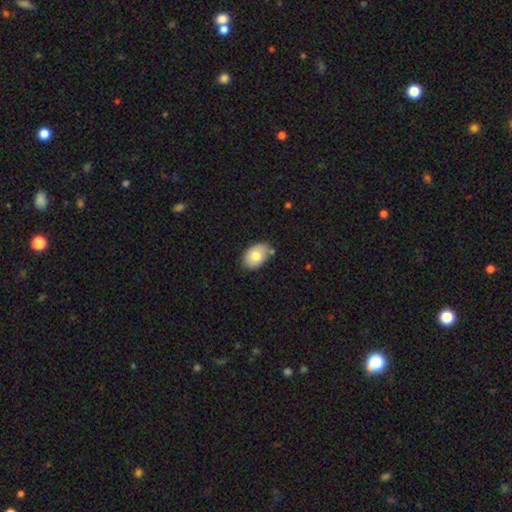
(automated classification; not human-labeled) Overall: smooth (76%). How rounded: in between (85%). Merging: none (72%).